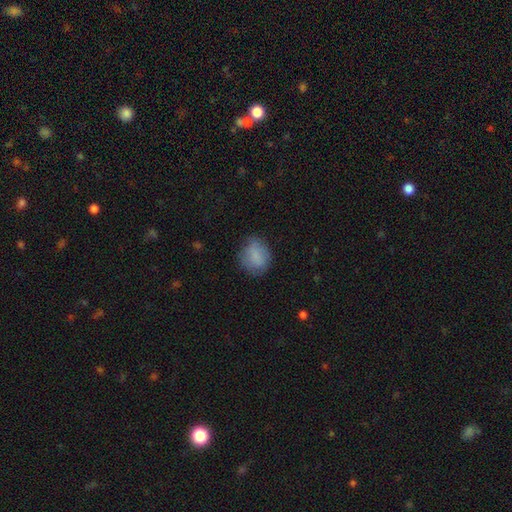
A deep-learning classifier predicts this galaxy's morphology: A smooth galaxy with no disk features (79%) that is round (57%). Merging: none (67%).